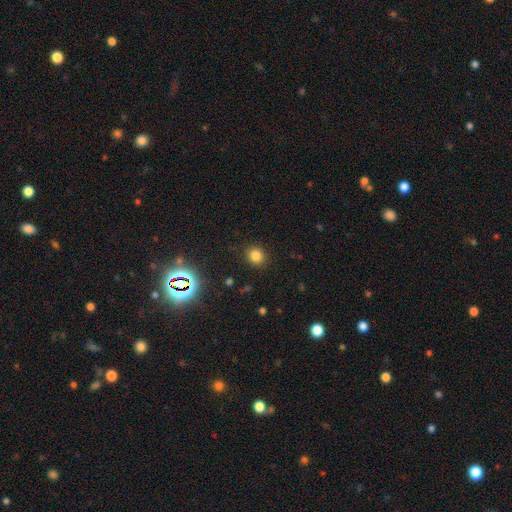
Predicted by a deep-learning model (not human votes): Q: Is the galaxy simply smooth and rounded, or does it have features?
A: smooth — 79%.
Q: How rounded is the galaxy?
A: round — 76%.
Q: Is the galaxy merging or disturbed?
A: none — 89%.